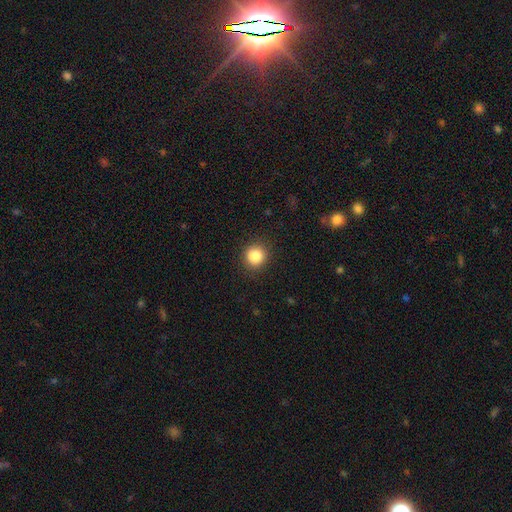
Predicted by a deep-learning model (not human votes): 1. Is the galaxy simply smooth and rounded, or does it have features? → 86% smooth, 10% star or artifact, 4% featured or disk.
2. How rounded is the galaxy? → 91% round, 8% in between, 1% cigar-shaped.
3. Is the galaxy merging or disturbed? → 90% none, 7% minor disturbance, 2% major disturbance, 1% merger.